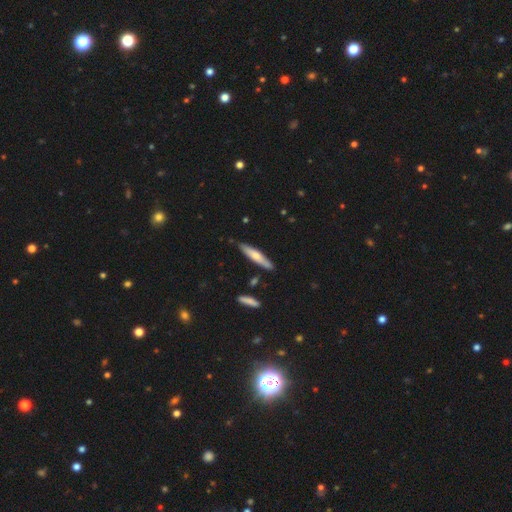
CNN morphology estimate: This is possibly a smooth galaxy (56%). How rounded: clearly cigar-shaped (87%). Merging: clearly none (83%).